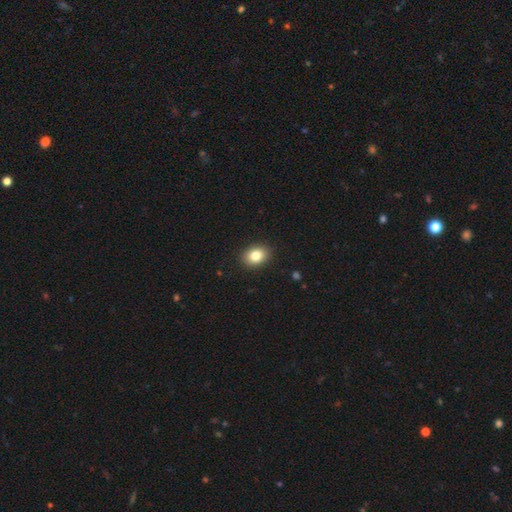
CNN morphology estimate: smooth-or-featured: smooth: 83% | star or artifact: 9% | featured or disk: 8%
  how-rounded: in between: 67% | round: 32% | cigar-shaped: 1%
  merging: none: 90% | minor disturbance: 7% | major disturbance: 2% | merger: 1%